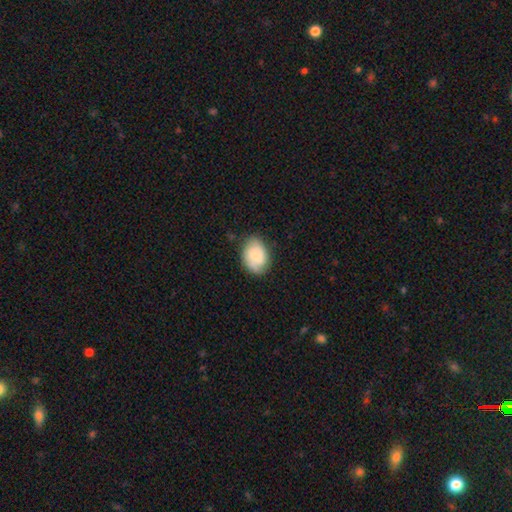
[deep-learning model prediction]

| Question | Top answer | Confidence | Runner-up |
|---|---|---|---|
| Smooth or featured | smooth | 72% | featured or disk (21%) |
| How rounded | in between | 74% | round (25%) |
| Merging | none | 75% | minor disturbance (20%) |